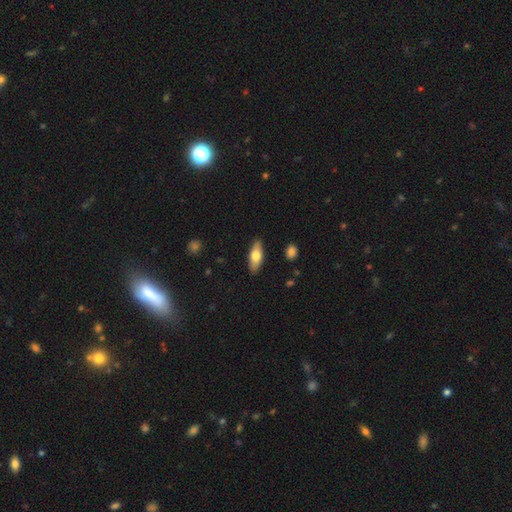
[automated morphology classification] type=smooth (69%); roundness=in between (72%); merging=none (87%).